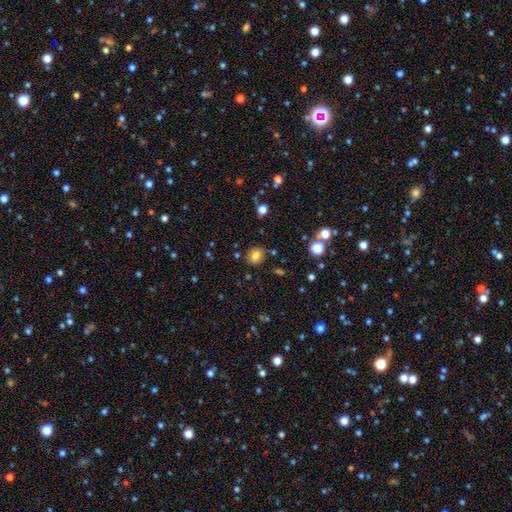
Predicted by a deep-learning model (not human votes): Morphology: type=smooth (80%); roundness=round (80%); merging=none (83%).